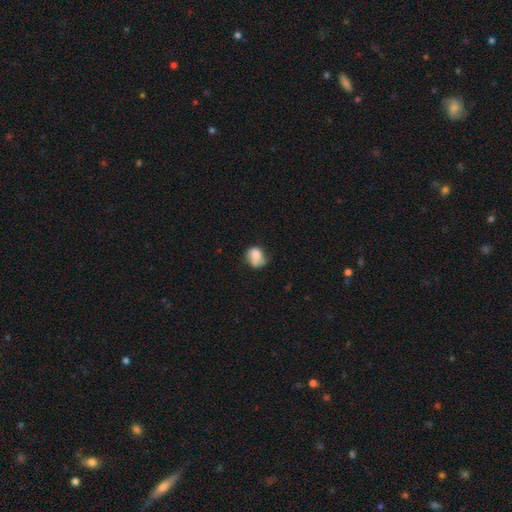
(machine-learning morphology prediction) Smooth or featured: smooth — 74% (featured or disk — 17%)
How rounded: in between — 50% (round — 49%)
Merging: none — 38% (minor disturbance — 35%)